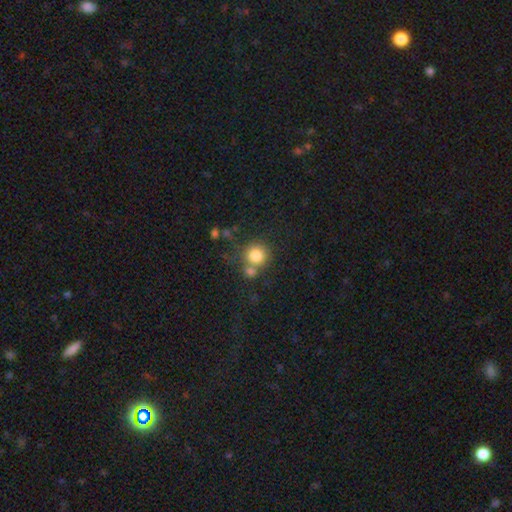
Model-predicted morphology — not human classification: smooth-or-featured: smooth: 82% | star or artifact: 11% | featured or disk: 8%
  how-rounded: round: 91% | in between: 8% | cigar-shaped: 1%
  merging: none: 58% | merger: 26% | minor disturbance: 11% | major disturbance: 5%